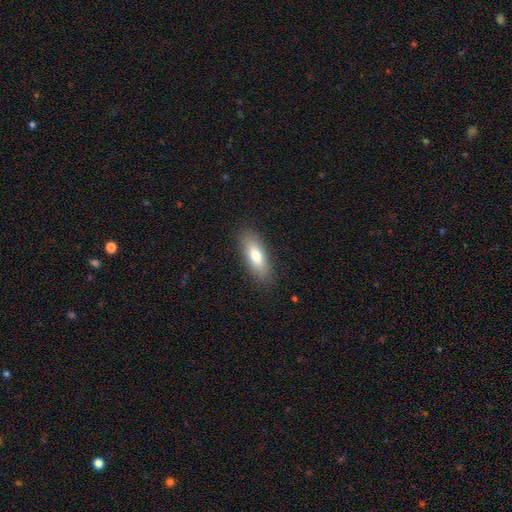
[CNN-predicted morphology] smooth 78%, featured or disk 16%, star or artifact 6%. Down the decision tree: how rounded — in between (65%); merging — none (87%).